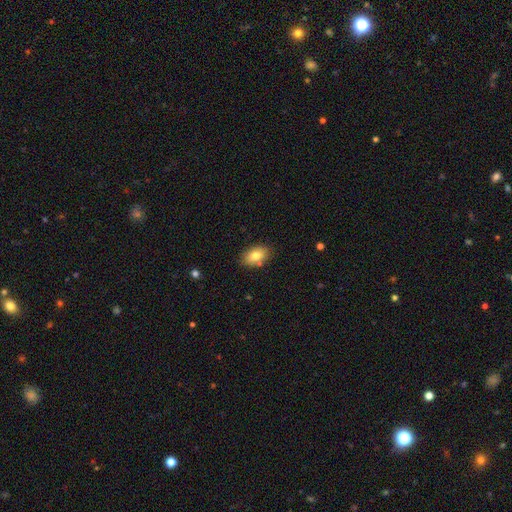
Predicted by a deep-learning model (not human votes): A smooth galaxy with no disk features (78%) that is in between round and cigar-shaped (88%). Merging: none (81%).